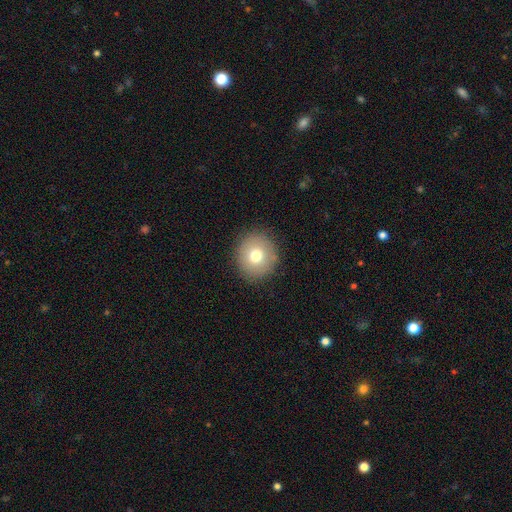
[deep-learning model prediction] Overall: smooth (75%). How rounded: round (88%). Merging: none (89%).